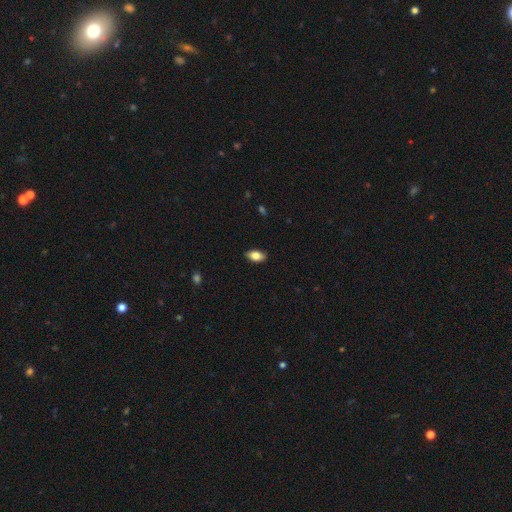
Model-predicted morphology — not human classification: The model was most divided on "smooth or featured": smooth: 82%, featured or disk: 11%, star or artifact: 7%. More confident: how rounded — in between (92%); merging — none (88%).